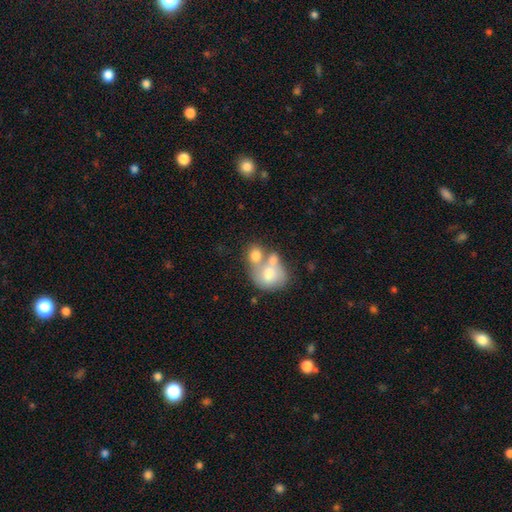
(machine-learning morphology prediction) Q: Smooth or featured?
A: smooth (68%); runner-up: featured or disk (24%)
Q: How rounded?
A: round (56%); runner-up: in between (42%)
Q: Merging?
A: merger (59%); runner-up: none (24%)